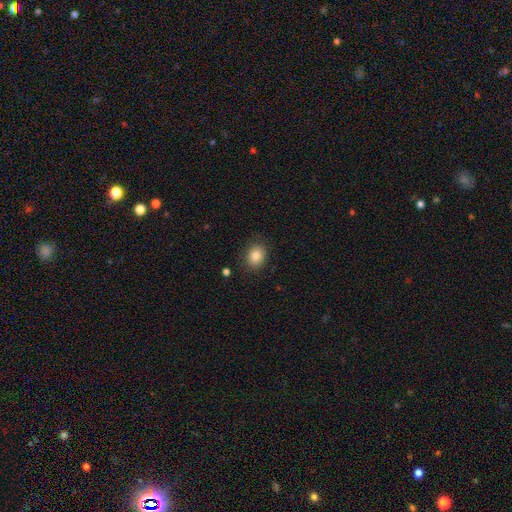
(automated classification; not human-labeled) Smooth or featured?
  - smooth: 83% *
  - star or artifact: 10%
  - featured or disk: 7%
How rounded?
  - round: 52% *
  - in between: 47%
  - cigar-shaped: 1%
Merging?
  - none: 85% *
  - minor disturbance: 11%
  - major disturbance: 3%
  - merger: 1%